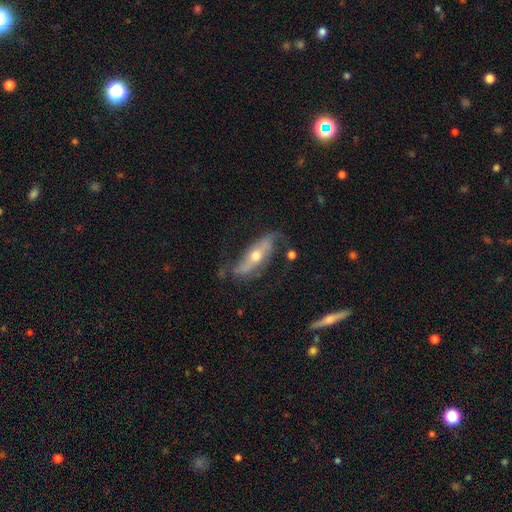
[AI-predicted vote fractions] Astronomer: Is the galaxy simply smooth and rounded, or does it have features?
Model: featured or disk — 72%.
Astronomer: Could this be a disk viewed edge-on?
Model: no — 66%.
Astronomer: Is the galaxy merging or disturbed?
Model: none — 62%.